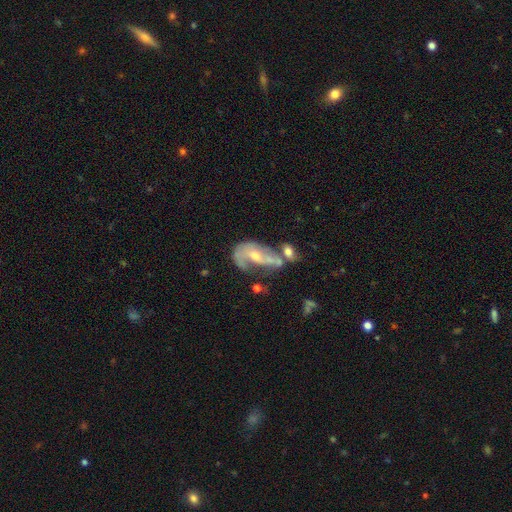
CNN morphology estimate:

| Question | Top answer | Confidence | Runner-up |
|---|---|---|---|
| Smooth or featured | featured or disk | 72% | smooth (19%) |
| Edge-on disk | no | 94% | yes (6%) |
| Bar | no | 56% | weak (31%) |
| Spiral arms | yes | 73% | no (27%) |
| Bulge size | moderate | 49% | small (44%) |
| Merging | merger | 37% | none (24%) |